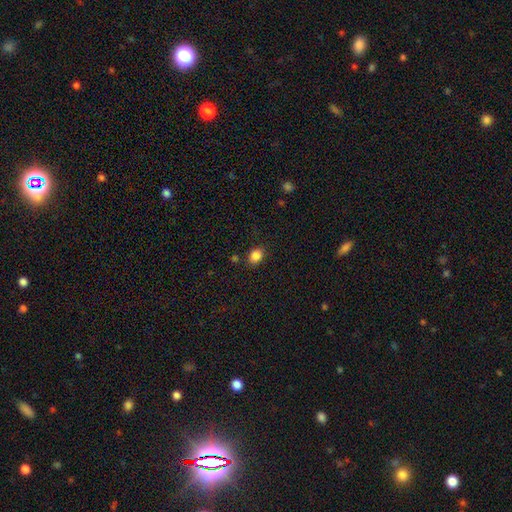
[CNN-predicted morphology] Overall: smooth (85%). How rounded: in between (60%; round 39%). Merging: none (81%).